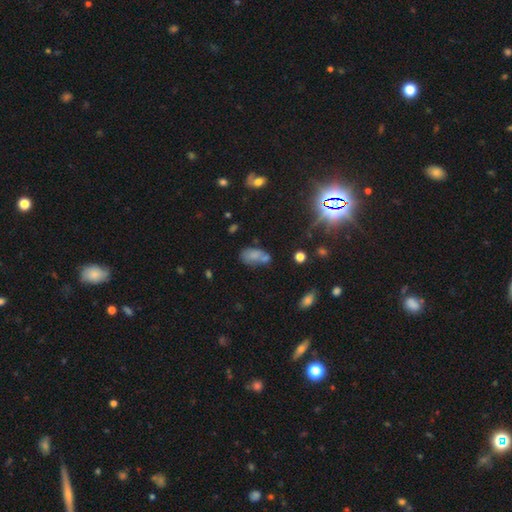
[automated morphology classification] A smooth galaxy with no disk features (67%) that is in between round and cigar-shaped (88%). Merging: merger (35%, tied with none).